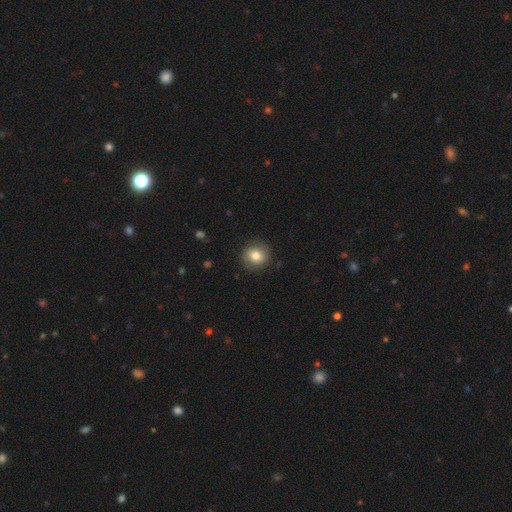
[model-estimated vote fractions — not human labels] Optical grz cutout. It shows a smooth galaxy with no disk features (79%) that is round (87%). Merging: none (87%).